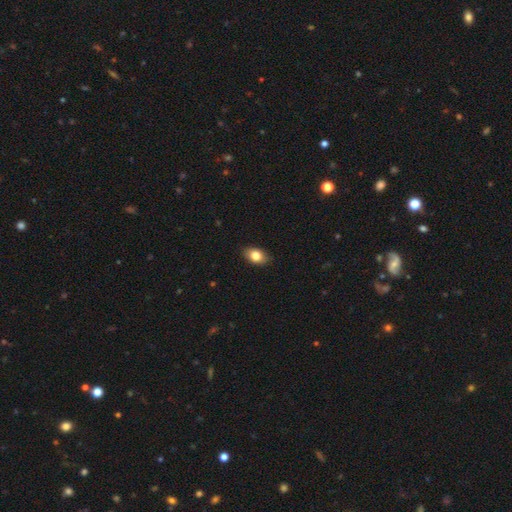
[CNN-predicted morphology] Smooth or featured? smooth (83%)
How rounded? in between (83%)
Merging? none (87%)